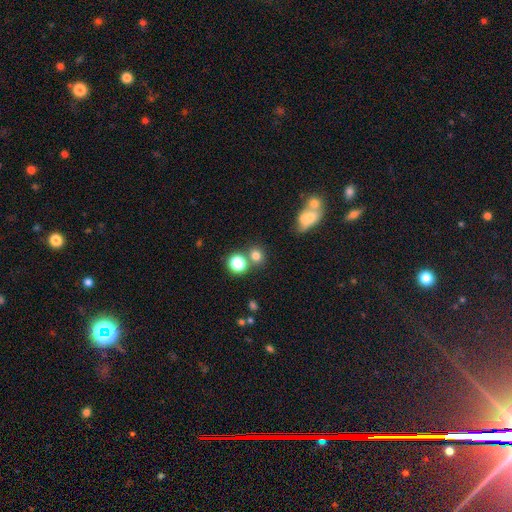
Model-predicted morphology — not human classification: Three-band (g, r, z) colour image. It shows a smooth galaxy with no disk features (77%) that is round (80%). Merging: none (62%).